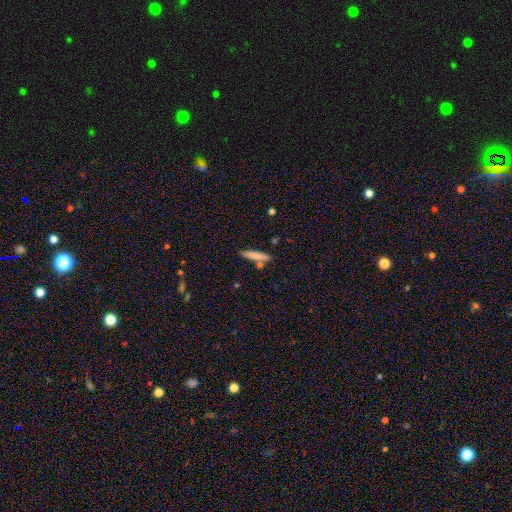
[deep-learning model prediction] smooth-or-featured: smooth: 77% | featured or disk: 16% | star or artifact: 6%
  how-rounded: cigar-shaped: 89% | in between: 9% | round: 2%
  merging: none: 76% | minor disturbance: 11% | merger: 10% | major disturbance: 3%